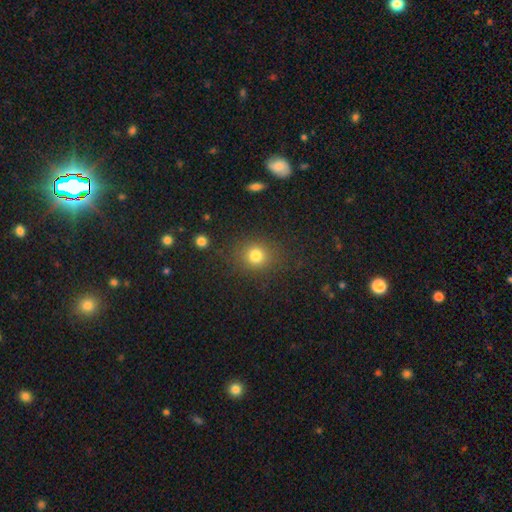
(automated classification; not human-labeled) Smooth or featured?
  - smooth: 80% *
  - star or artifact: 15%
  - featured or disk: 6%
How rounded?
  - round: 80% *
  - in between: 19%
  - cigar-shaped: 1%
Merging?
  - none: 84% *
  - minor disturbance: 10%
  - major disturbance: 5%
  - merger: 2%